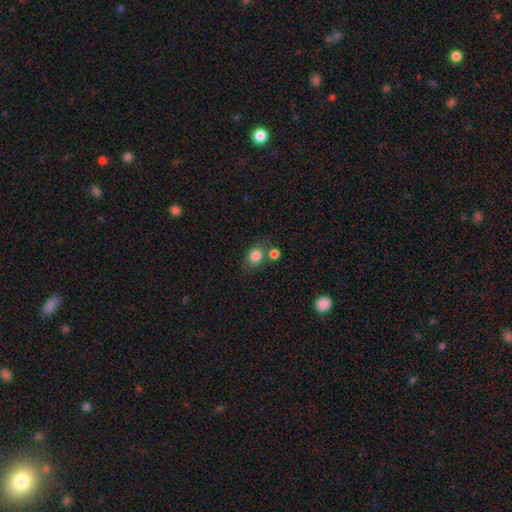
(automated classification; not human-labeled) Smooth or featured?
  - smooth: 82% *
  - star or artifact: 10%
  - featured or disk: 8%
How rounded?
  - in between: 52% *
  - round: 46%
  - cigar-shaped: 2%
Merging?
  - none: 62% *
  - merger: 19%
  - minor disturbance: 14%
  - major disturbance: 5%